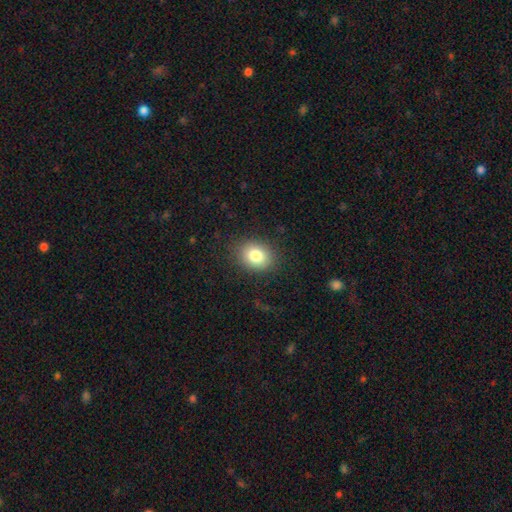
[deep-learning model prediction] This appears to be a smooth galaxy with no disk features (82%) that is in between round and cigar-shaped (52%). Merging: none (87%).